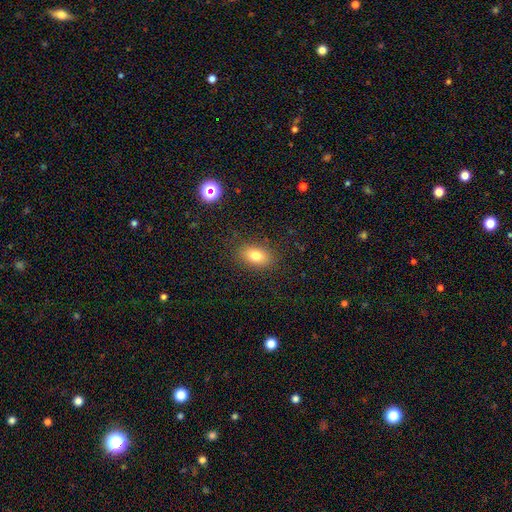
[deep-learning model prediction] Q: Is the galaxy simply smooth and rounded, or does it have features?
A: smooth — 78%.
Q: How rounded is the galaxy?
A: in between — 83%.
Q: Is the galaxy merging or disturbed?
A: none — 85%.